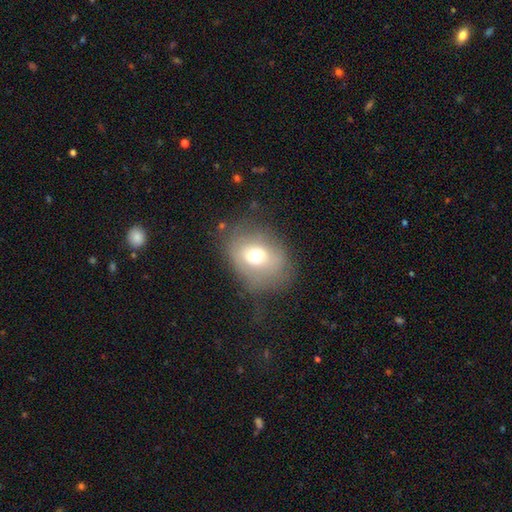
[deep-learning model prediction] Morphology: type=smooth (63%); roundness=in between (59%); merging=none (54%).